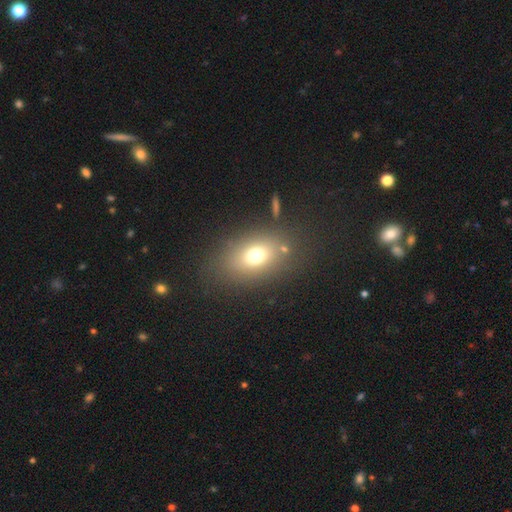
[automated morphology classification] Smooth or featured? Predicted: smooth (p=0.71). How rounded? Predicted: in between (p=0.71). Merging? Predicted: none (p=0.76).